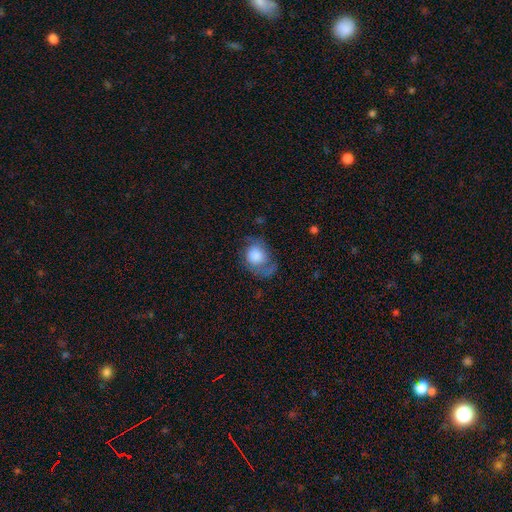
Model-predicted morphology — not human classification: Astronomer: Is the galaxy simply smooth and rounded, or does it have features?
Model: smooth — 59%.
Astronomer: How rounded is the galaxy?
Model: round — 53% (runner-up: in between, 46%).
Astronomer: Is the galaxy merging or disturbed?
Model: none — 44% (runner-up: minor disturbance, 28%).